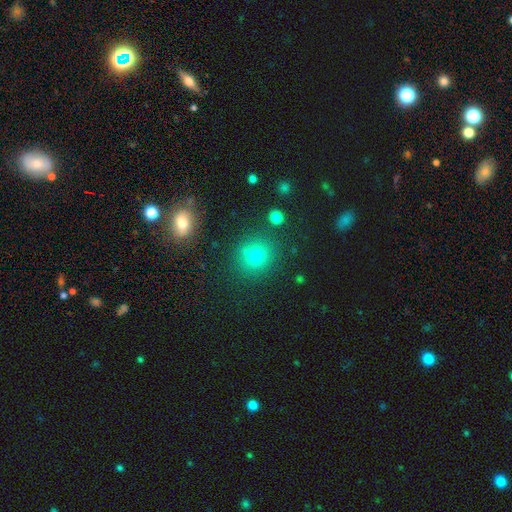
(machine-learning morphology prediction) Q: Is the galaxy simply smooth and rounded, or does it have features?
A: smooth — 72%.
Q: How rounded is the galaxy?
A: round — 84%.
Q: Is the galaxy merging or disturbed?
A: none — 78%.